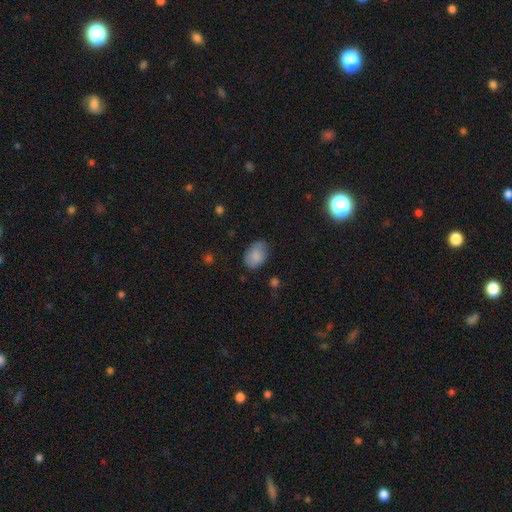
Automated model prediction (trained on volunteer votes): Smooth or featured? smooth (86%)
How rounded? in between (79%)
Merging? none (73%)